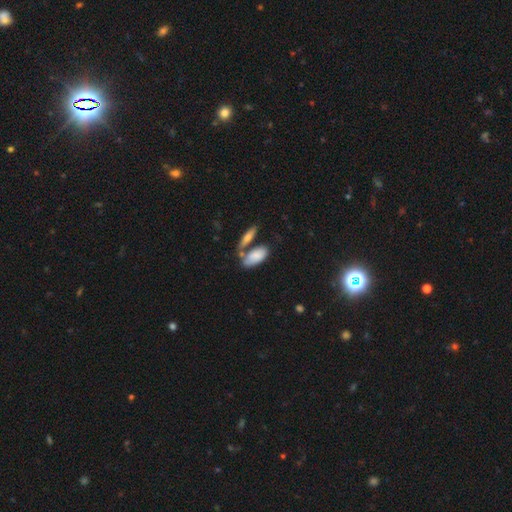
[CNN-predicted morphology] smooth 81%, featured or disk 13%, star or artifact 6%. Down the decision tree: how rounded — in between (87%); merging — none (47%).